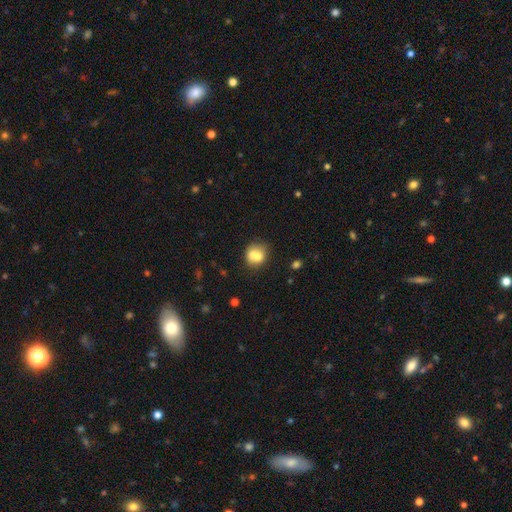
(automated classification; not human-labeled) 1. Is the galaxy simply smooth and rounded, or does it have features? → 70% smooth, 20% featured or disk, 10% star or artifact.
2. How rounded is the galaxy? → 74% round, 25% in between, 1% cigar-shaped.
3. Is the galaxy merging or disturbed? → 41% none, 39% merger, 14% minor disturbance, 5% major disturbance.